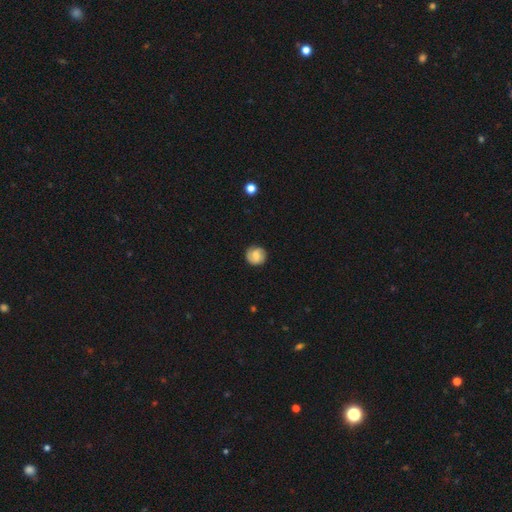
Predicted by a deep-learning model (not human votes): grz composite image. It shows a smooth galaxy with no disk features (50%). Merging: none (83%).